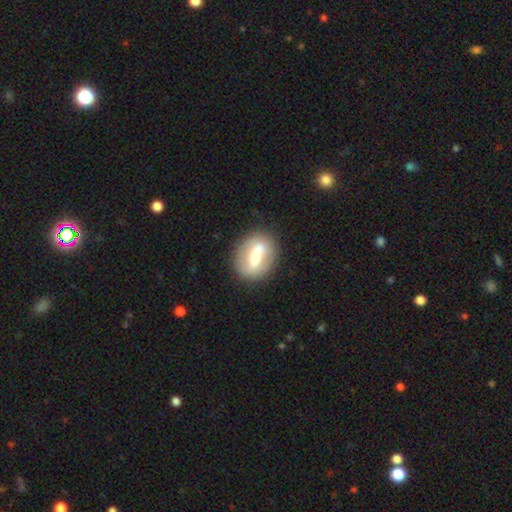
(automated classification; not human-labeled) Smooth or featured? smooth (47%)
Merging? none (79%)